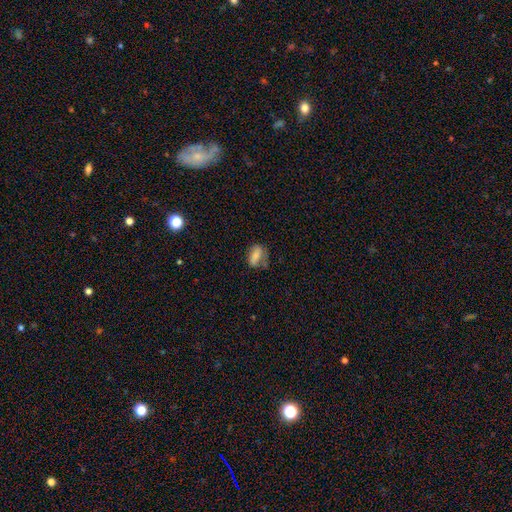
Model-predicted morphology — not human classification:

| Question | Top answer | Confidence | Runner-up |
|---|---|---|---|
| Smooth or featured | smooth | 71% | featured or disk (19%) |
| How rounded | in between | 80% | round (12%) |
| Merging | none | 52% | minor disturbance (28%) |